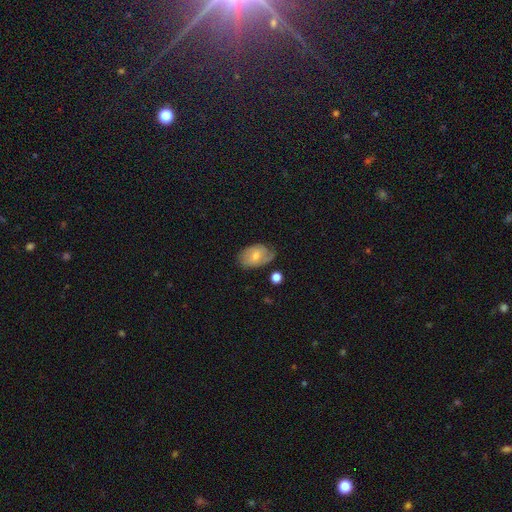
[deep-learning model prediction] Morphology: type=smooth (56%); roundness=in between (87%); merging=none (58%).